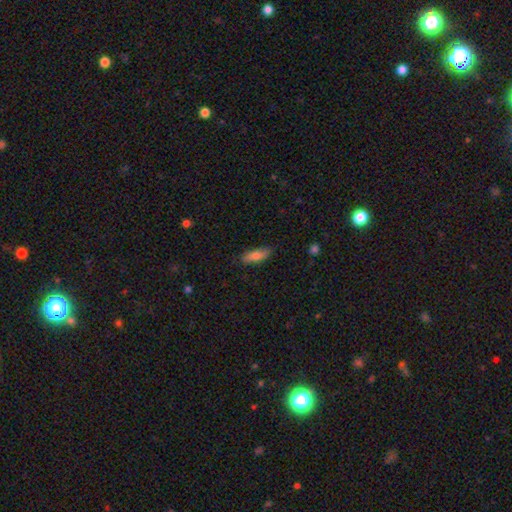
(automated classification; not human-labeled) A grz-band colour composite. It shows a smooth galaxy with no disk features (79%) that is in between round and cigar-shaped (58%). Merging: none (82%).